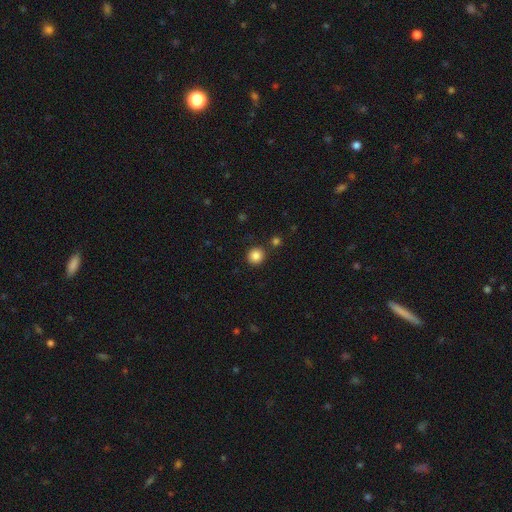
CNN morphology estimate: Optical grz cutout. It shows a smooth galaxy with no disk features (86%) that is round (91%). Merging: none (87%).